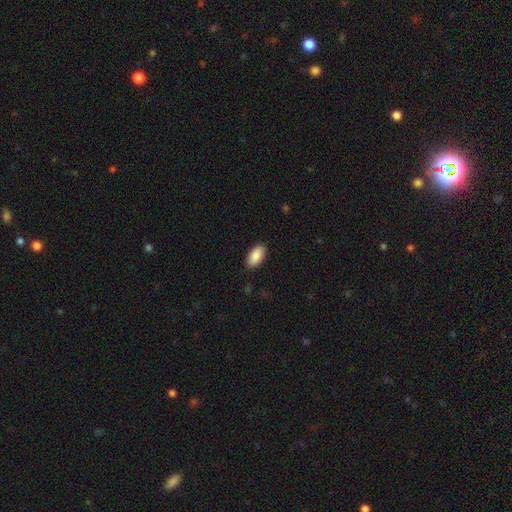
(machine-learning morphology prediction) Overall: smooth (88%). How rounded: in between (94%). Merging: none (87%).